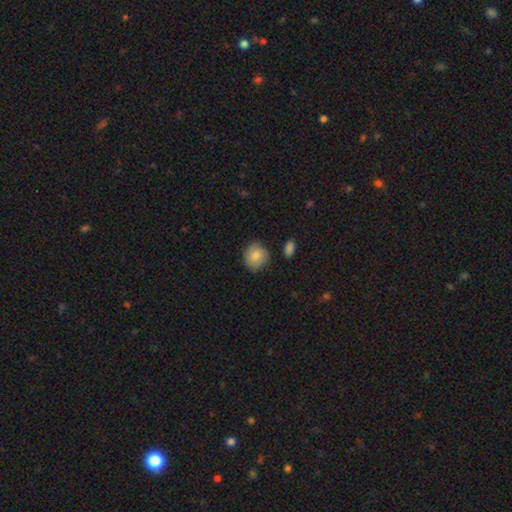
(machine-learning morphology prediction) A smooth galaxy with no disk features (81%) that is round (85%). Merging: none (78%).